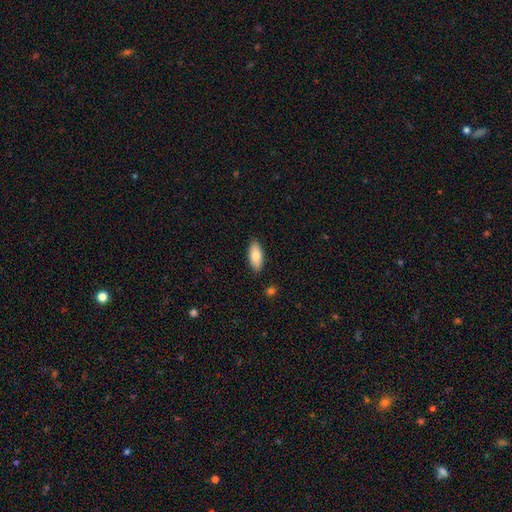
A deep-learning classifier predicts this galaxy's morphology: Overall: smooth (81%). How rounded: in between (86%). Merging: none (88%).